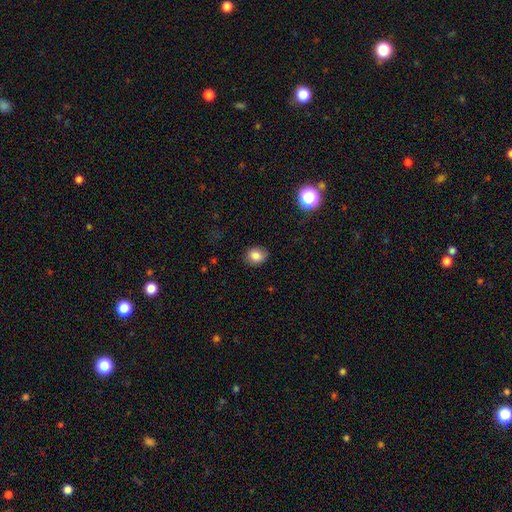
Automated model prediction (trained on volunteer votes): Smooth or featured?
  - smooth: 83% *
  - star or artifact: 10%
  - featured or disk: 7%
How rounded?
  - round: 57% *
  - in between: 42%
  - cigar-shaped: 1%
Merging?
  - none: 83% *
  - minor disturbance: 13%
  - major disturbance: 3%
  - merger: 1%